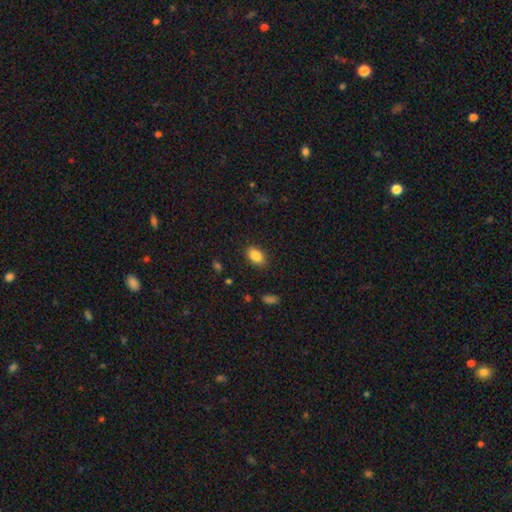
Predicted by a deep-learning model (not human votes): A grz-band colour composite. It shows a smooth galaxy with no disk features (87%) that is in between round and cigar-shaped (89%). Merging: none (87%).